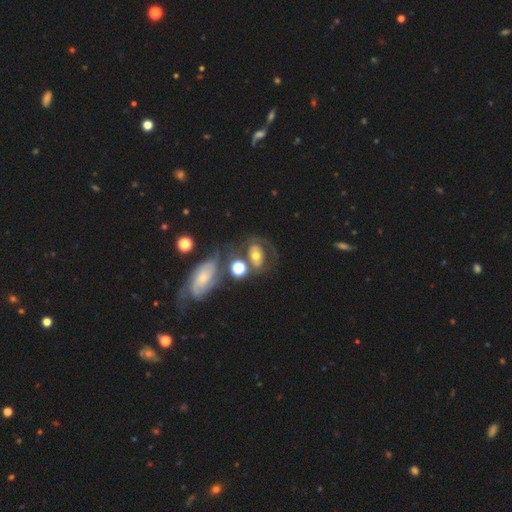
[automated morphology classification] This is possibly a featured or disk galaxy (56%). It is clearly not viewed edge-on (94%). Bar: likely no (65%). Spiral arm pattern: likely yes (62%). Central bulge: possibly moderate (56%). Merging: possibly none (48%).